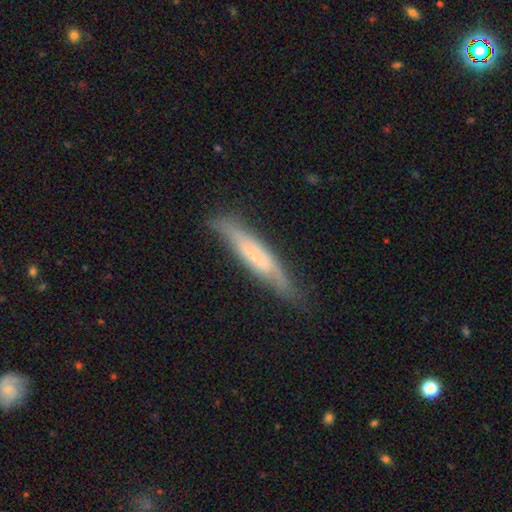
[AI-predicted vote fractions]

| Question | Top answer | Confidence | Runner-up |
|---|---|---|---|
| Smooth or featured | featured or disk | 51% | smooth (43%) |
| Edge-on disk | yes | 74% | no (26%) |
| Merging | none | 73% | minor disturbance (21%) |